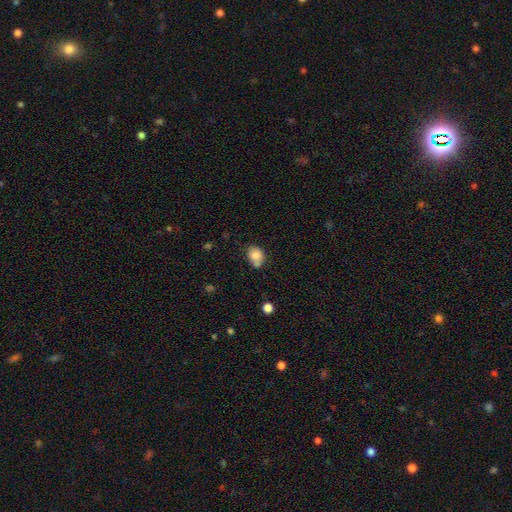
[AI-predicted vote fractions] This is clearly a smooth galaxy (82%). How rounded: possibly in between (56%). Merging: possibly none (51%).